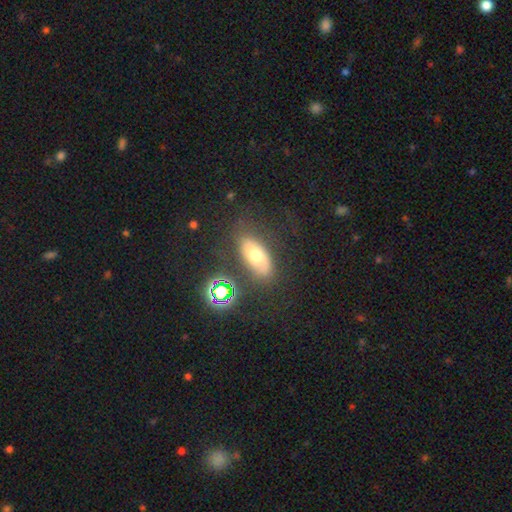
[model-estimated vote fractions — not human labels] Morphology: type=smooth (52%); roundness=in between (85%); merging=none (72%).